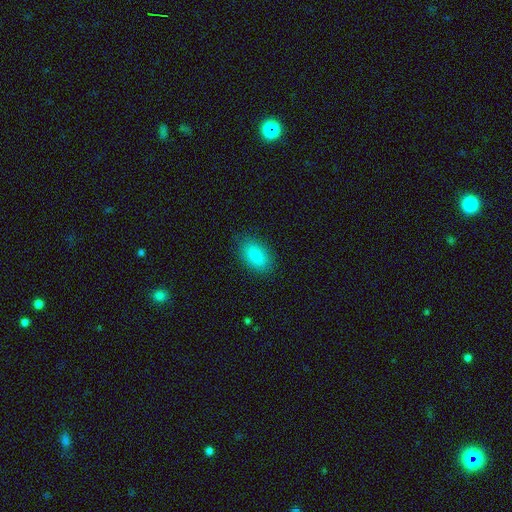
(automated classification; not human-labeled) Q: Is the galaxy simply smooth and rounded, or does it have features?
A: smooth — 88%.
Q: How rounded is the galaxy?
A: in between — 91%.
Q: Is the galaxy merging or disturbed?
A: none — 87%.